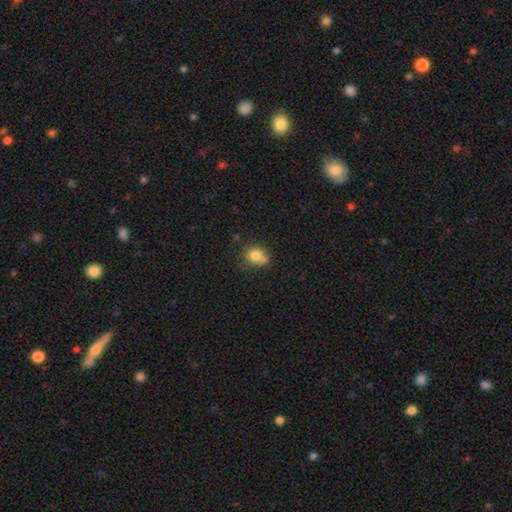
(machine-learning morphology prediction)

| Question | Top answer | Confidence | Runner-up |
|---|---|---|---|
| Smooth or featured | smooth | 78% | featured or disk (11%) |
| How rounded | round | 73% | in between (26%) |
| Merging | none | 50% | merger (25%) |